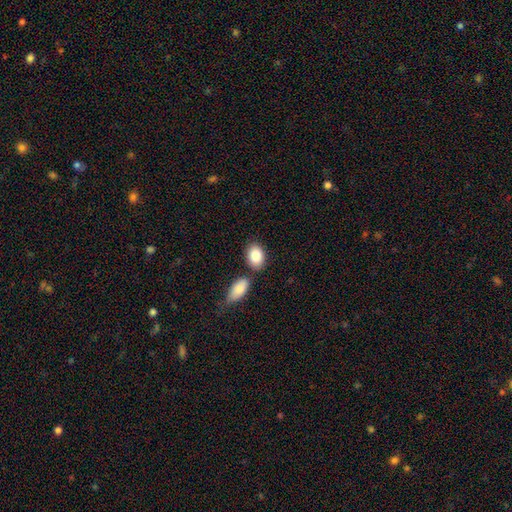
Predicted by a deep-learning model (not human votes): Smooth or featured? smooth (86%)
How rounded? in between (87%)
Merging? none (66%)